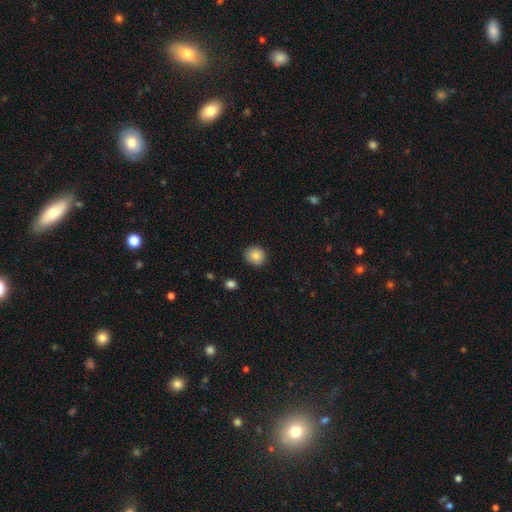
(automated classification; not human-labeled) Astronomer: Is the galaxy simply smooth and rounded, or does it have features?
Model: smooth — 85%.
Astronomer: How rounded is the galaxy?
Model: round — 86%.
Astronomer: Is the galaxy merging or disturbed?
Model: none — 89%.